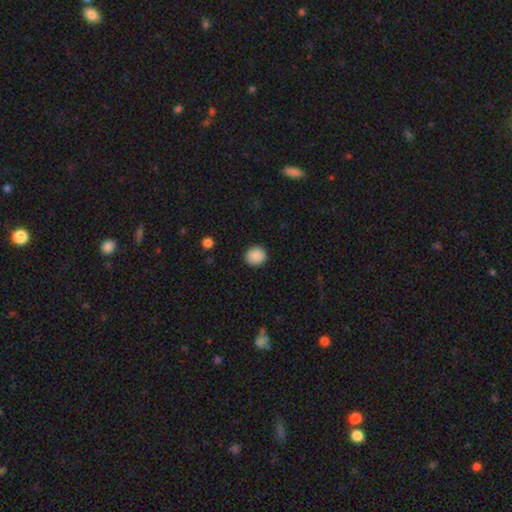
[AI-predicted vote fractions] smooth_or_featured: smooth (p=0.89) [alt: star or artifact p=0.09]
how_rounded: round (p=0.81) [alt: in between p=0.18]
merging: none (p=0.88) [alt: minor disturbance p=0.08]